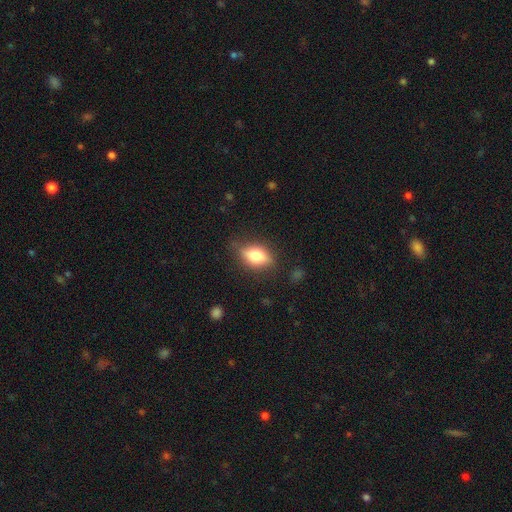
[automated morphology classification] A smooth galaxy with no disk features (70%) that is in between round and cigar-shaped (81%).

Vote fractions:
- Smooth or featured? smooth: 70% / featured or disk: 22% / star or artifact: 8%
- How rounded? in between: 81% / round: 11% / cigar-shaped: 8%
- Merging? none: 74% / minor disturbance: 19% / major disturbance: 5% / merger: 1%